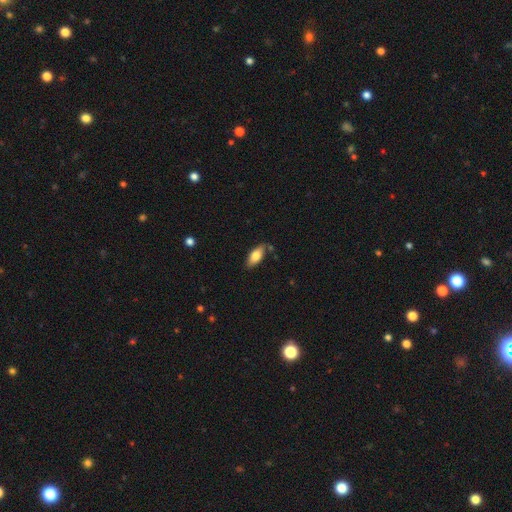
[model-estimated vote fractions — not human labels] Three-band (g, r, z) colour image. It shows a smooth galaxy with no disk features (76%) that is in between round and cigar-shaped (85%). Merging: none (76%).